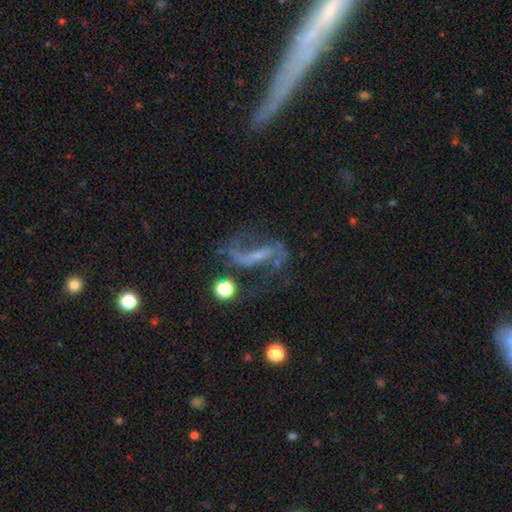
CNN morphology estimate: smooth-or-featured: featured or disk: 81% | star or artifact: 10% | smooth: 9%
  disk-edge-on: no: 94% | yes: 6%
    bar: strong: 45% | weak: 36% | no: 19%
    has-spiral-arms: yes: 91% | no: 9%
      spiral-winding: loose: 71% | medium: 23% | tight: 6%
      spiral-arm-count: 2: 87% | 1: 6% | can't tell: 4% | 3: 1% | 4: 1% | more than 4: 1%
    bulge-size: small: 52% | none: 29% | moderate: 16% | large: 2% | dominant: 1%
  merging: none: 56% | major disturbance: 21% | minor disturbance: 17% | merger: 6%